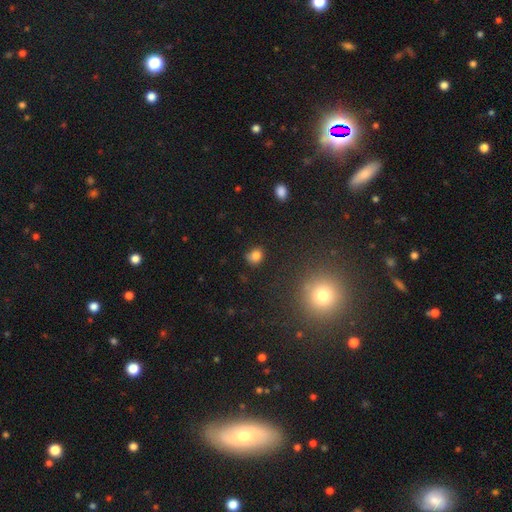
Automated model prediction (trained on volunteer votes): Smooth or featured? Predicted: smooth (p=0.79). How rounded? Predicted: round (p=0.58). Merging? Predicted: none (p=0.62).